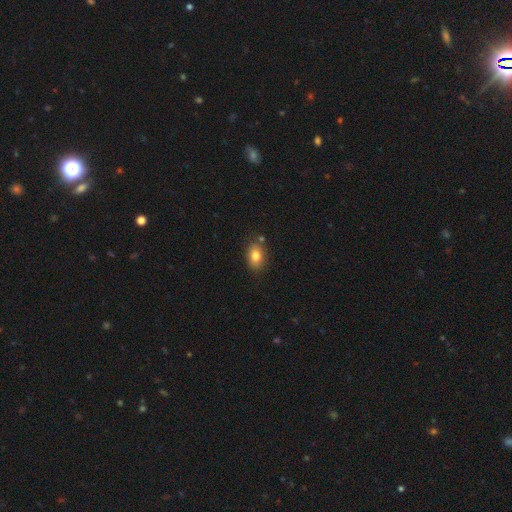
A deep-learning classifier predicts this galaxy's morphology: Overall: smooth (82%). How rounded: in between (81%). Merging: none (79%).